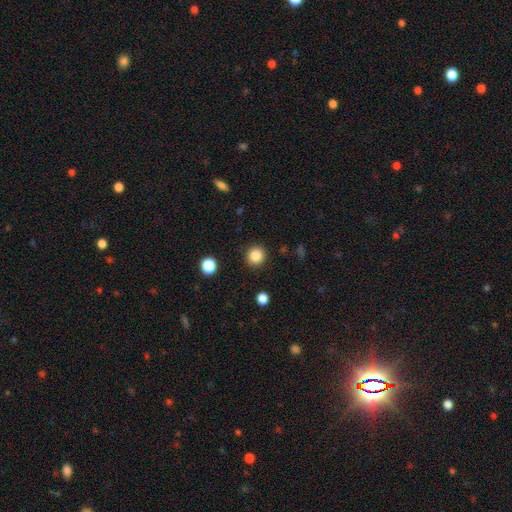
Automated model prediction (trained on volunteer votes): A smooth galaxy with no disk features (86%) that is round (93%).

Vote fractions:
- Smooth or featured? smooth: 86% / star or artifact: 10% / featured or disk: 3%
- How rounded? round: 93% / in between: 6% / cigar-shaped: 1%
- Merging? none: 90% / minor disturbance: 6% / major disturbance: 2% / merger: 1%